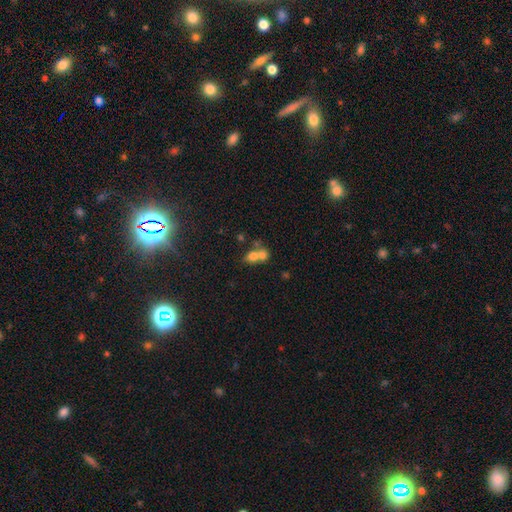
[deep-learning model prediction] Q: Smooth or featured?
A: smooth (69%); runner-up: featured or disk (20%)
Q: How rounded?
A: round (53%); runner-up: in between (46%)
Q: Merging?
A: merger (67%); runner-up: none (23%)